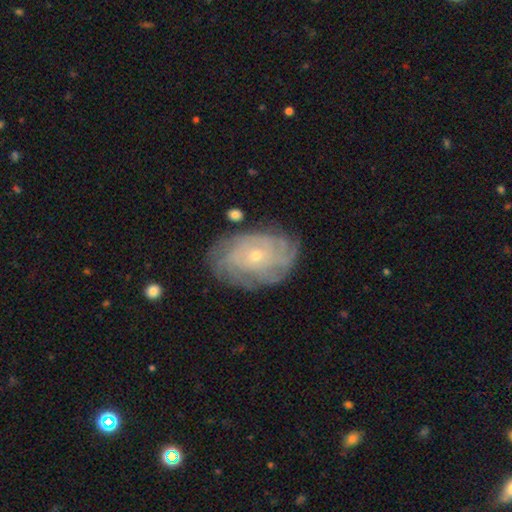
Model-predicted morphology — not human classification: Overall: featured or disk (78%). Edge-on disk: no (96%). Bar: no (79%). Spiral arms: yes (91%). Spiral arm count: can't tell (44%; 4 19%). Spiral winding: tight (71%). Bulge size: small (75%). Merging: none (76%).